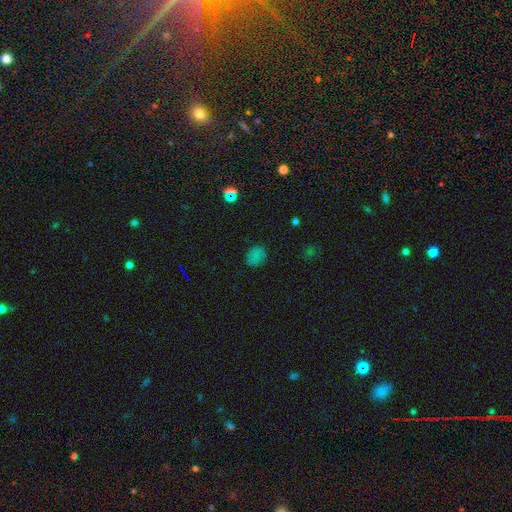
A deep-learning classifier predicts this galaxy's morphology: Smooth or featured? smooth (68%)
How rounded? in between (54%)
Merging? none (81%)